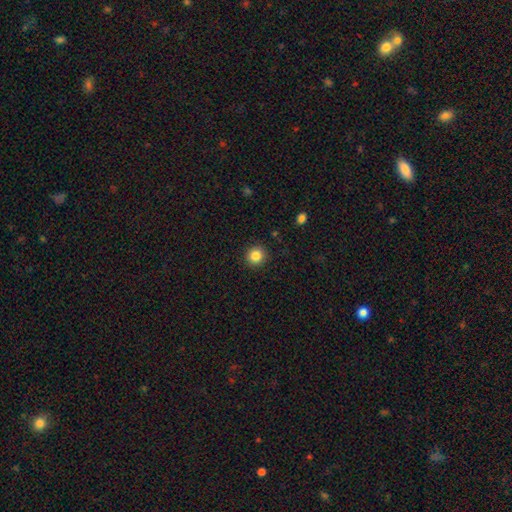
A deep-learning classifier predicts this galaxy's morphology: type=smooth (85%); roundness=round (91%); merging=none (91%).